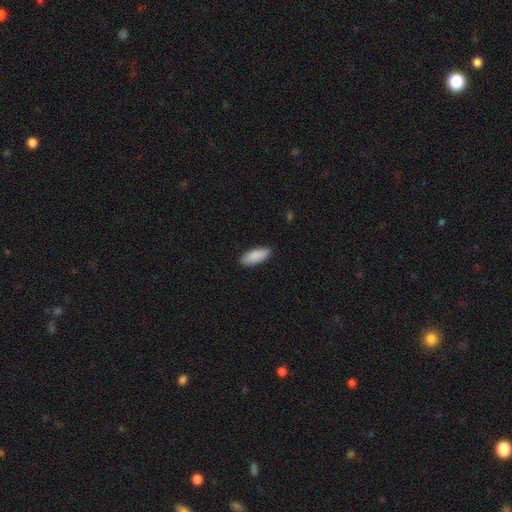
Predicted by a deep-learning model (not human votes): A smooth galaxy with no disk features (90%) that is in between round and cigar-shaped (80%).

Vote fractions:
- Smooth or featured? smooth: 90% / star or artifact: 6% / featured or disk: 5%
- How rounded? in between: 80% / cigar-shaped: 19% / round: 2%
- Merging? none: 87% / minor disturbance: 10% / major disturbance: 2% / merger: 1%